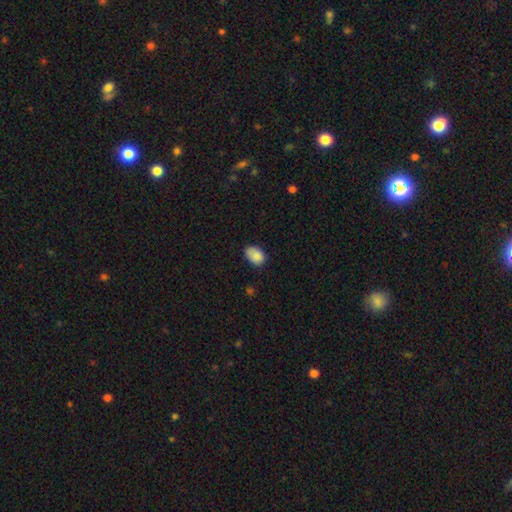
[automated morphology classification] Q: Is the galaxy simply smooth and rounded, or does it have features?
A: smooth — 86%.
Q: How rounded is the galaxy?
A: in between — 81%.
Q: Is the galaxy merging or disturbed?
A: none — 63%.